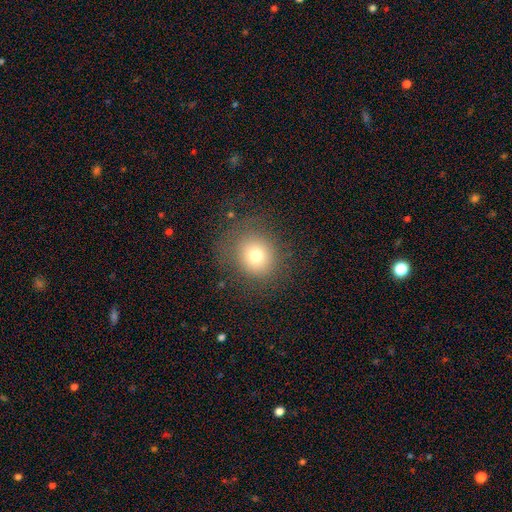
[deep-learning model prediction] Smooth or featured: smooth — 72% (star or artifact — 15%)
How rounded: round — 82% (in between — 17%)
Merging: none — 77% (minor disturbance — 13%)